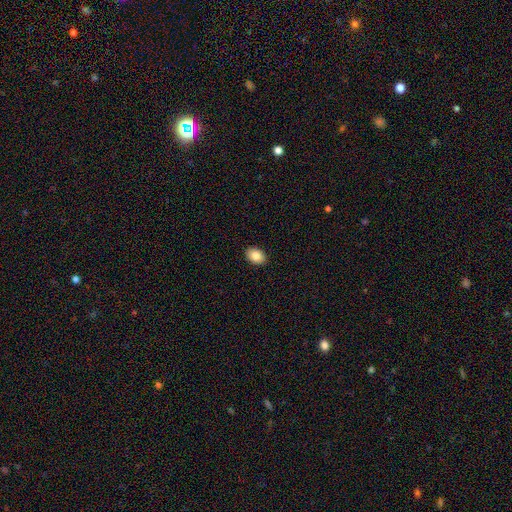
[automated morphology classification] Smooth or featured? smooth (85%)
How rounded? in between (77%)
Merging? none (91%)